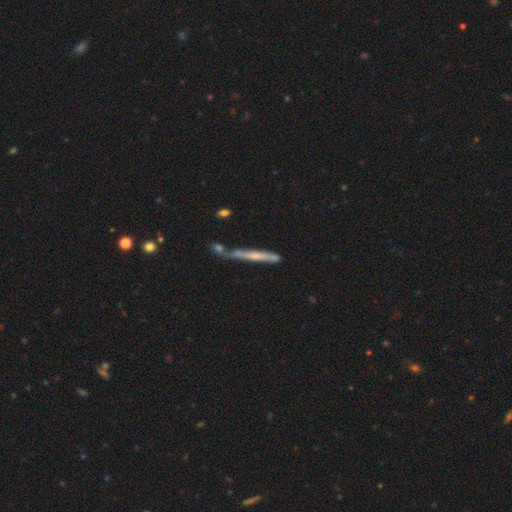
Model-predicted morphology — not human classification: The model was most divided on "smooth or featured": featured or disk: 52%, smooth: 40%, star or artifact: 8%. More confident: edge-on disk — yes (89%); merging — none (58%).